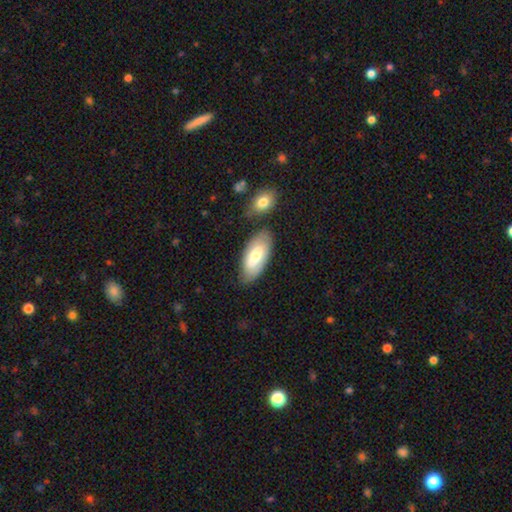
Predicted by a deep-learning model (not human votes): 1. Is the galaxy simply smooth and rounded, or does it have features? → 63% smooth, 31% featured or disk, 6% star or artifact.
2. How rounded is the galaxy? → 89% in between, 9% cigar-shaped, 2% round.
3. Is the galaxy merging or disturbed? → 76% none, 15% minor disturbance, 5% merger, 4% major disturbance.